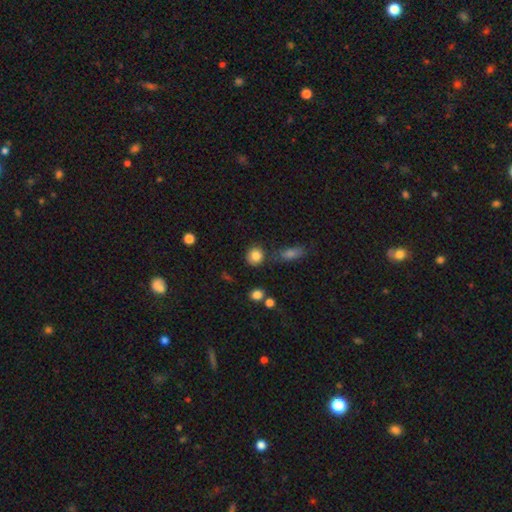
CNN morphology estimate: smooth-or-featured: smooth: 84% | star or artifact: 9% | featured or disk: 6%
  how-rounded: round: 85% | in between: 14% | cigar-shaped: 1%
  merging: none: 80% | minor disturbance: 11% | merger: 6% | major disturbance: 3%